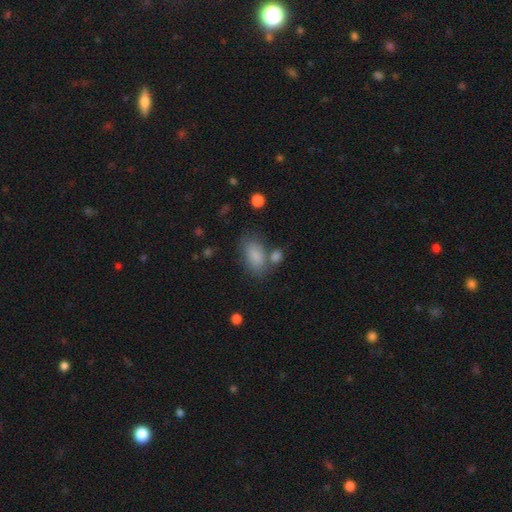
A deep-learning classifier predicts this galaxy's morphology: Smooth or featured? Predicted: smooth (p=0.84). How rounded? Predicted: in between (p=0.91). Merging? Predicted: none (p=0.56).